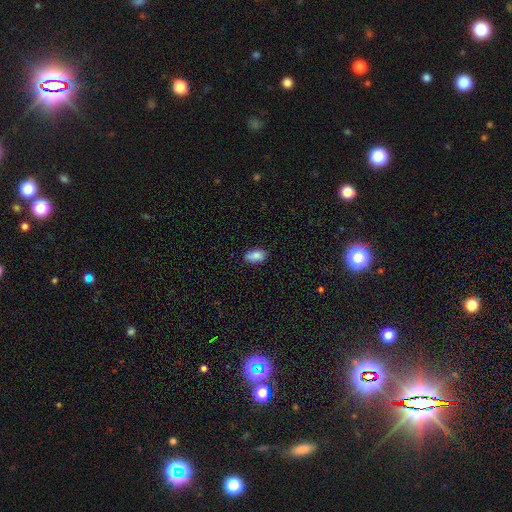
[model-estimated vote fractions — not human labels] smooth 85%, featured or disk 7%, star or artifact 7%. Down the decision tree: how rounded — in between (93%); merging — none (81%).